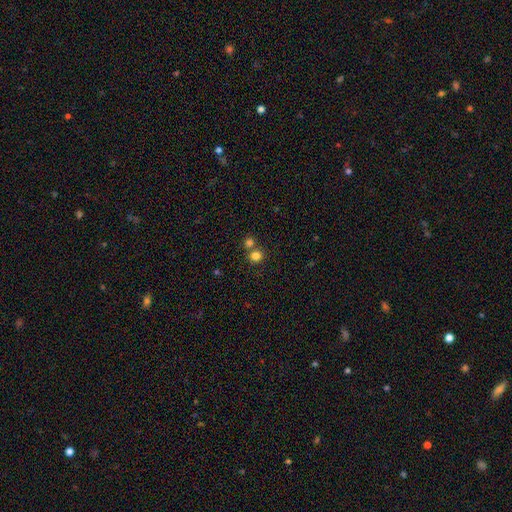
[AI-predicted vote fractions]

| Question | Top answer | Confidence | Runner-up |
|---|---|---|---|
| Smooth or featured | smooth | 81% | star or artifact (13%) |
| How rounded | round | 86% | in between (13%) |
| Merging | none | 62% | merger (29%) |